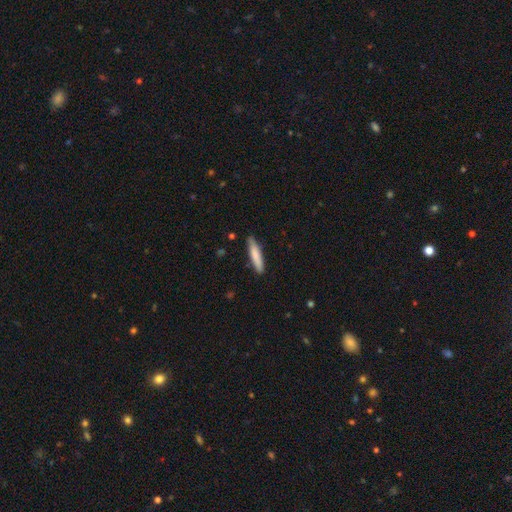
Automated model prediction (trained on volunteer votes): Smooth or featured?
  - smooth: 80% *
  - featured or disk: 14%
  - star or artifact: 6%
How rounded?
  - cigar-shaped: 85% *
  - in between: 14%
  - round: 1%
Merging?
  - none: 85% *
  - minor disturbance: 12%
  - major disturbance: 2%
  - merger: 1%